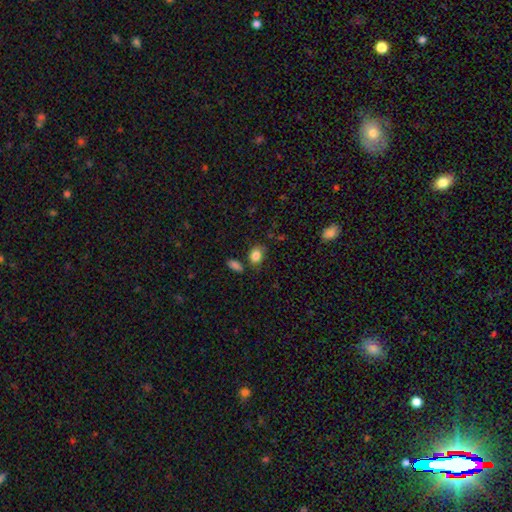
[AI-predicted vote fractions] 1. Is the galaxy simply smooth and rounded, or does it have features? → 85% smooth, 9% star or artifact, 6% featured or disk.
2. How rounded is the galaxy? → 68% in between, 31% round, 1% cigar-shaped.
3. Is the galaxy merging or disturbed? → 73% none, 17% minor disturbance, 6% merger, 4% major disturbance.